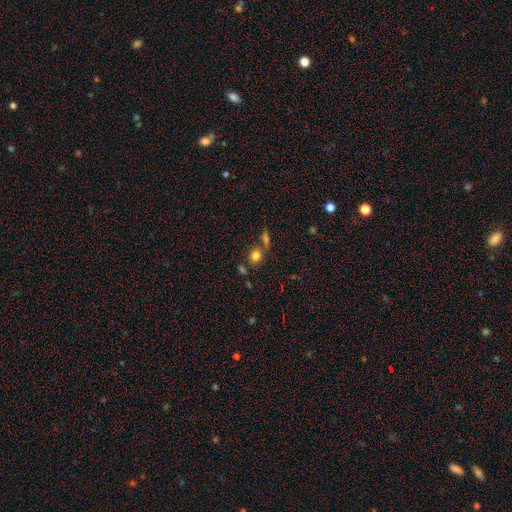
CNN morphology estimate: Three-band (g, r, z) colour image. It shows a smooth galaxy with no disk features (78%) that is round (71%). Merging: none (61%).